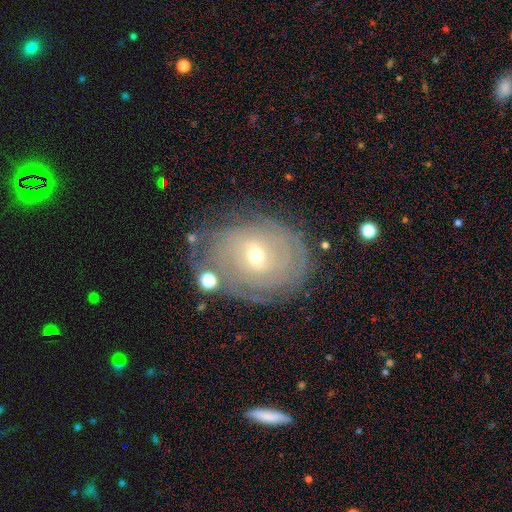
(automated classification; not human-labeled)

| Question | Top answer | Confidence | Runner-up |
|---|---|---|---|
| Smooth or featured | featured or disk | 78% | smooth (15%) |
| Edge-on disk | no | 96% | yes (4%) |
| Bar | no | 53% | weak (38%) |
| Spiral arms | yes | 88% | no (12%) |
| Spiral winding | tight | 82% | medium (14%) |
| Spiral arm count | can't tell | 52% | 2 (13%) |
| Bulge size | small | 52% | moderate (45%) |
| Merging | none | 72% | minor disturbance (18%) |